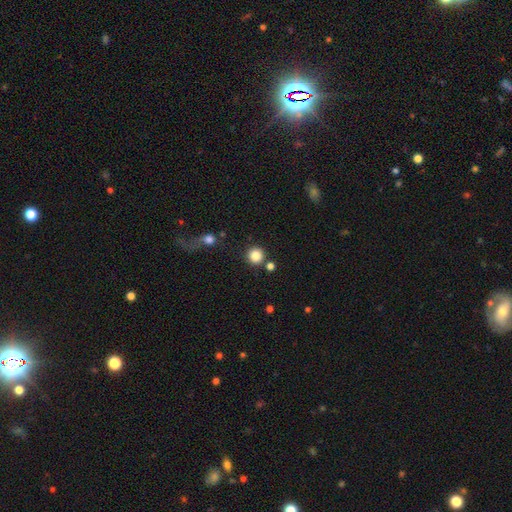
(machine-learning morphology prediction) Smooth or featured: smooth — 85% (star or artifact — 10%)
How rounded: round — 94% (in between — 5%)
Merging: none — 83% (merger — 8%)